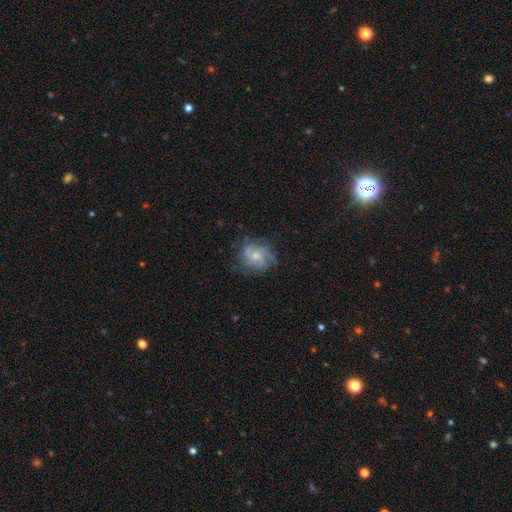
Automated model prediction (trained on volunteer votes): Q: Smooth or featured?
A: featured or disk (71%); runner-up: smooth (21%)
Q: Edge-on disk?
A: no (98%); runner-up: yes (2%)
Q: Bar?
A: no (74%); runner-up: weak (23%)
Q: Spiral arms?
A: yes (89%); runner-up: no (11%)
Q: Spiral winding?
A: medium (42%); runner-up: tight (41%)
Q: Spiral arm count?
A: can't tell (32%); runner-up: 3 (26%)
Q: Bulge size?
A: small (53%); runner-up: moderate (42%)
Q: Merging?
A: none (69%); runner-up: minor disturbance (20%)